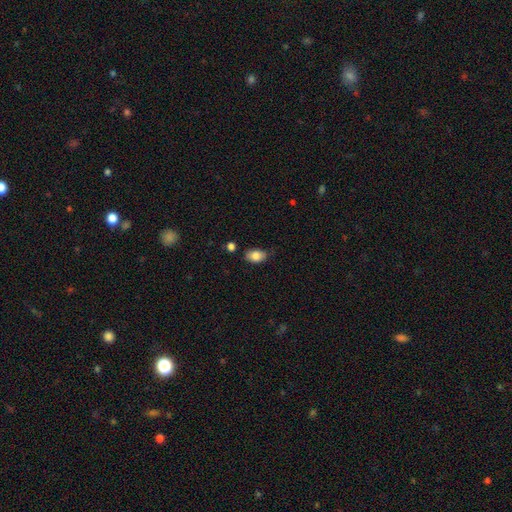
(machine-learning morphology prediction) A smooth galaxy with no disk features (83%) that is in between round and cigar-shaped (87%). Merging: none (73%).